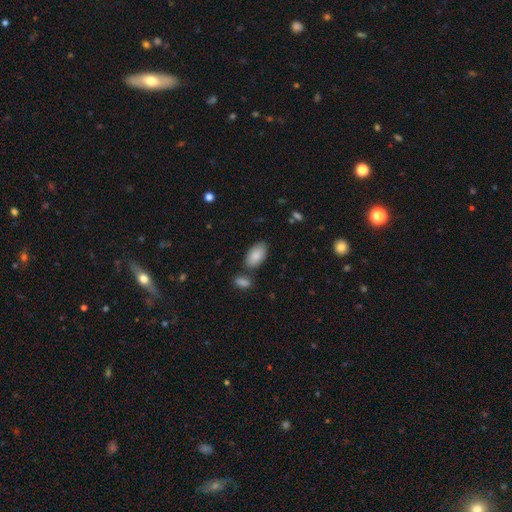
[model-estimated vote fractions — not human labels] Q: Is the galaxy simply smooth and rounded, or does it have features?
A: smooth — 87%.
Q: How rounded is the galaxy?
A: in between — 95%.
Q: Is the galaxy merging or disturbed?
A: none — 72%.